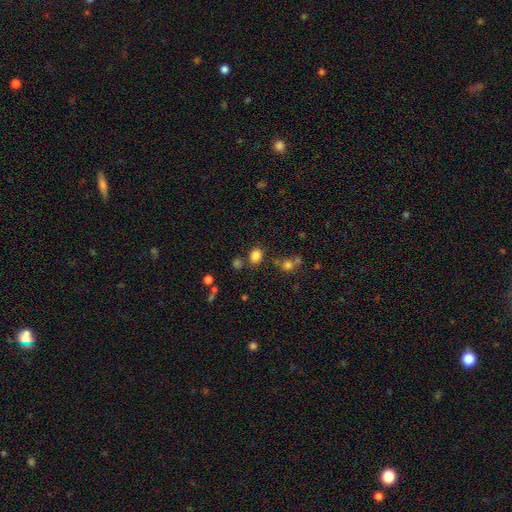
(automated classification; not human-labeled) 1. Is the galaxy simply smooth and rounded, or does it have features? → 82% smooth, 13% star or artifact, 5% featured or disk.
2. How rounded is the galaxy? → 60% in between, 39% round, 1% cigar-shaped.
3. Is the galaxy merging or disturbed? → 74% none, 12% minor disturbance, 9% merger, 4% major disturbance.